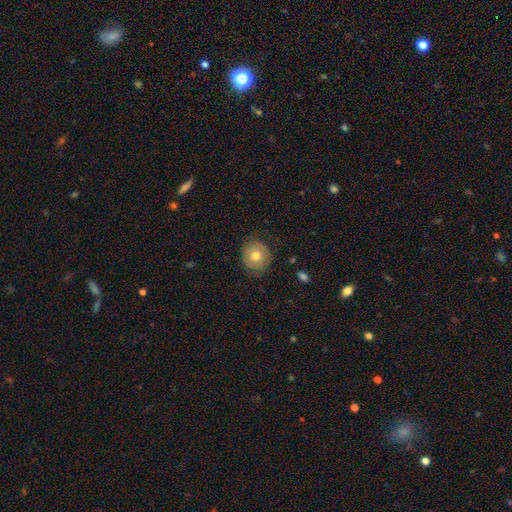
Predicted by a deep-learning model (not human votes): smooth_or_featured: smooth (p=0.72) [alt: featured or disk p=0.19]
how_rounded: round (p=0.82) [alt: in between p=0.17]
merging: none (p=0.83) [alt: minor disturbance p=0.13]